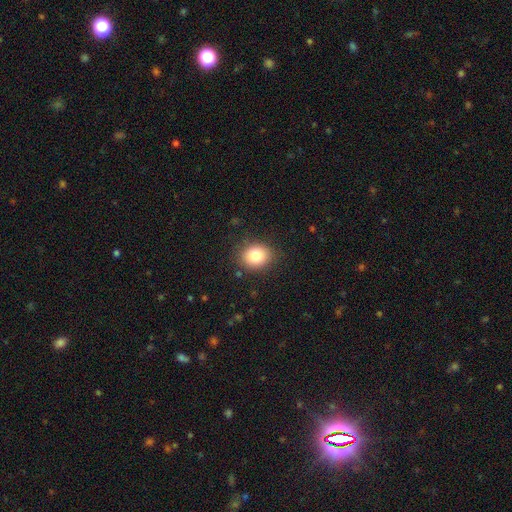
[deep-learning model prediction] The model was most divided on "how rounded": round: 57%, in between: 42%, cigar-shaped: 1%. More confident: merging — none (85%); smooth or featured — smooth (83%).